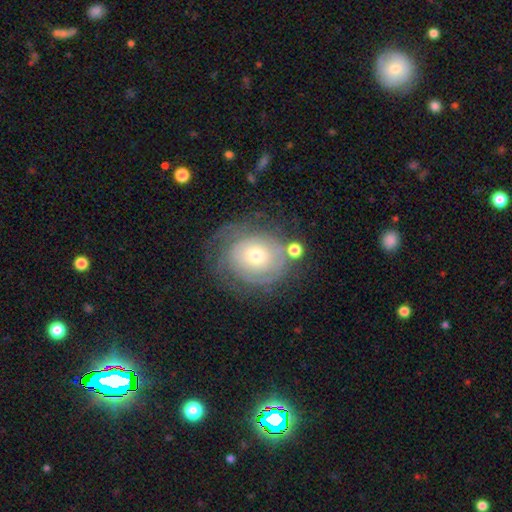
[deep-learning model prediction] smooth-or-featured: featured or disk: 69% | smooth: 23% | star or artifact: 8%
  disk-edge-on: no: 96% | yes: 4%
    bar: no: 83% | weak: 14% | strong: 3%
    has-spiral-arms: yes: 81% | no: 19%
      spiral-winding: tight: 76% | medium: 17% | loose: 7%
      spiral-arm-count: can't tell: 52% | 2: 17% | 3: 13% | 4: 7% | 1: 6% | more than 4: 5%
    bulge-size: moderate: 54% | small: 38% | large: 6% | dominant: 1% | none: 1%
  merging: none: 64% | minor disturbance: 19% | major disturbance: 12% | merger: 5%